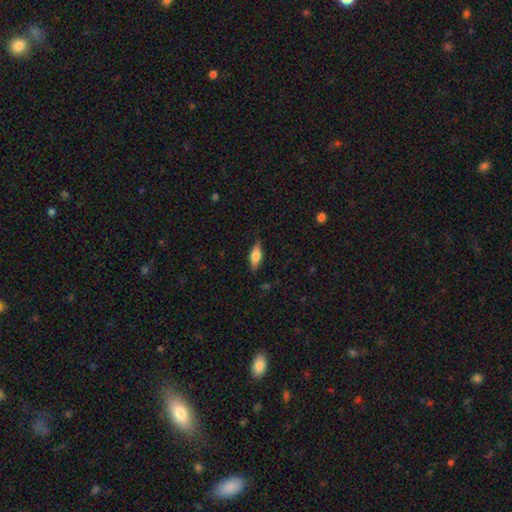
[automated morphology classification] Smooth or featured? smooth (73%)
How rounded? in between (74%)
Merging? none (82%)